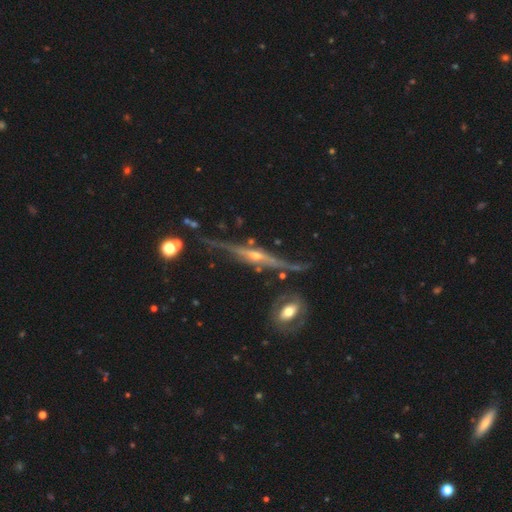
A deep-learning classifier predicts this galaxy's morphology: smooth_or_featured: featured or disk (p=0.86) [alt: star or artifact p=0.08]
disk_edge_on: yes (p=0.95) [alt: no p=0.05]
edge_on_bulge: rounded (p=0.85) [alt: none p=0.08]
merging: none (p=0.73) [alt: minor disturbance p=0.15]